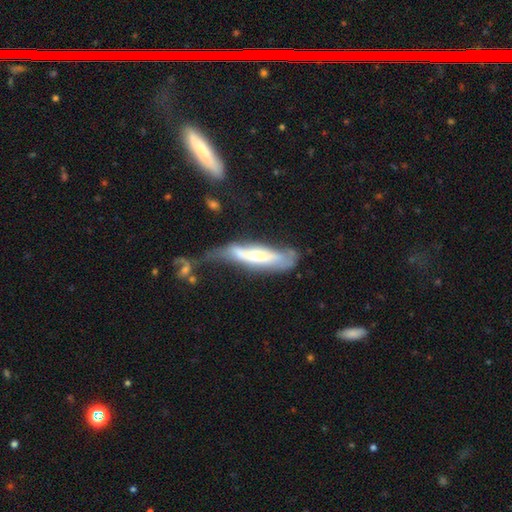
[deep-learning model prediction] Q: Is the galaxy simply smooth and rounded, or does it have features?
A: featured or disk — 47%.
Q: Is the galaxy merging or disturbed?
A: major disturbance — 30%.